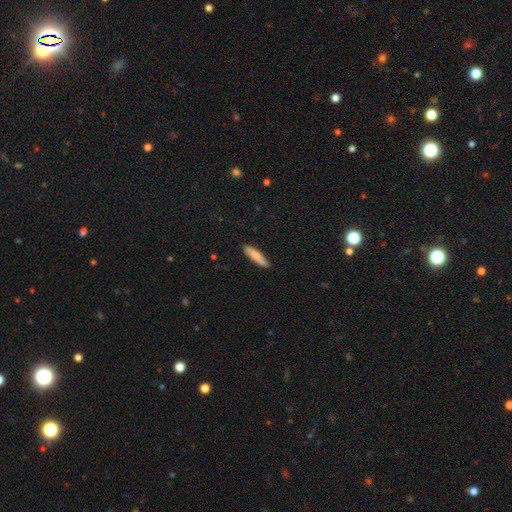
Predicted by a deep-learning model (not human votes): Smooth or featured?
  - smooth: 80% *
  - featured or disk: 15%
  - star or artifact: 6%
How rounded?
  - cigar-shaped: 78% *
  - in between: 21%
  - round: 1%
Merging?
  - none: 87% *
  - minor disturbance: 10%
  - major disturbance: 2%
  - merger: 1%